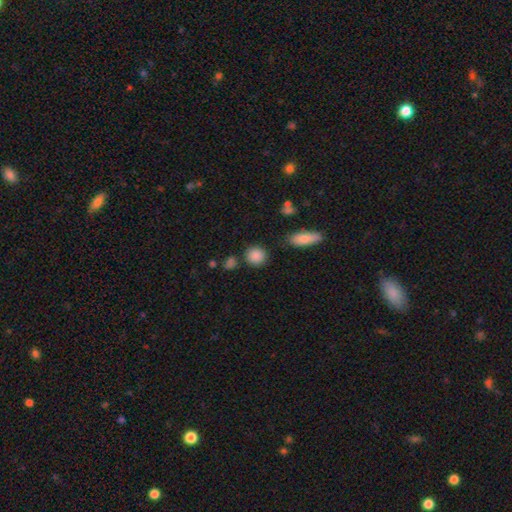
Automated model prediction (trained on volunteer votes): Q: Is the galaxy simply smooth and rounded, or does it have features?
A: smooth — 87%.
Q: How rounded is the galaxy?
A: round — 86%.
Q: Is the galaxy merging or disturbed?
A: none — 81%.